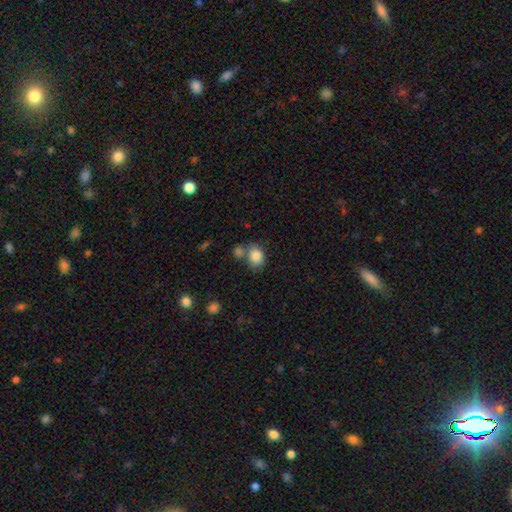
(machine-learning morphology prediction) A smooth galaxy with no disk features (84%) that is round (53%).

Vote fractions:
- Smooth or featured? smooth: 84% / star or artifact: 8% / featured or disk: 7%
- How rounded? round: 53% / in between: 46% / cigar-shaped: 1%
- Merging? none: 48% / merger: 32% / minor disturbance: 15% / major disturbance: 6%